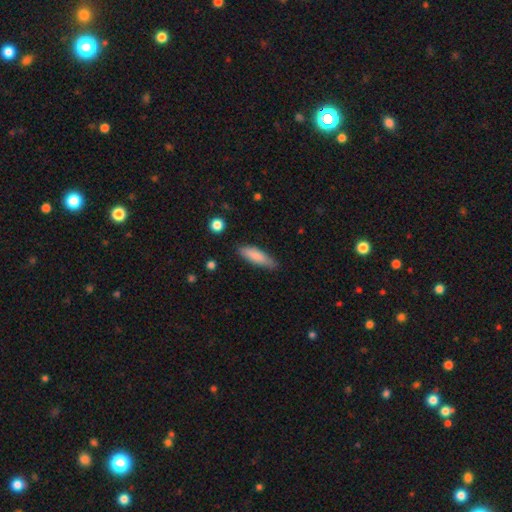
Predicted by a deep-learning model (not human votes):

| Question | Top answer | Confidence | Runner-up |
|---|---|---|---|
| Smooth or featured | smooth | 83% | featured or disk (11%) |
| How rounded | cigar-shaped | 53% | in between (45%) |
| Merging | none | 78% | minor disturbance (17%) |